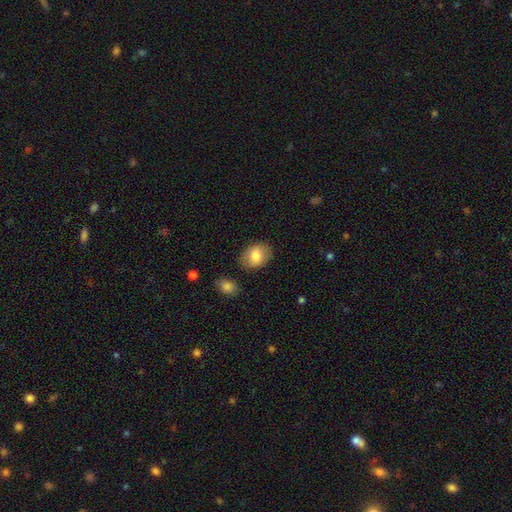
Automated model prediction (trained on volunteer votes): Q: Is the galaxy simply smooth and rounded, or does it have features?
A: smooth — 80%.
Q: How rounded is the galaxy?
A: in between — 69%.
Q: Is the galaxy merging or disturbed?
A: none — 84%.